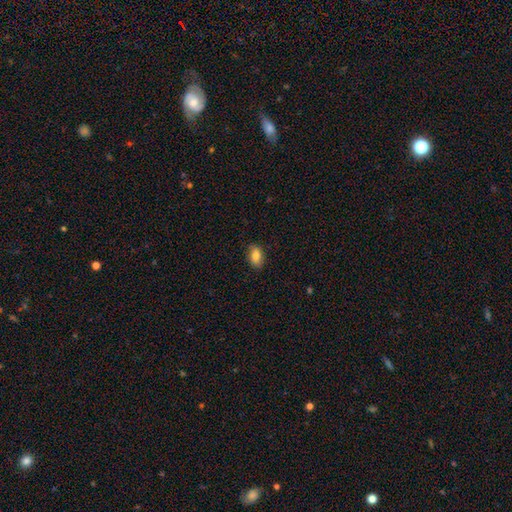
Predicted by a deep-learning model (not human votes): smooth_or_featured: smooth (p=0.83) [alt: featured or disk p=0.09]
how_rounded: in between (p=0.89) [alt: round p=0.08]
merging: none (p=0.83) [alt: minor disturbance p=0.13]